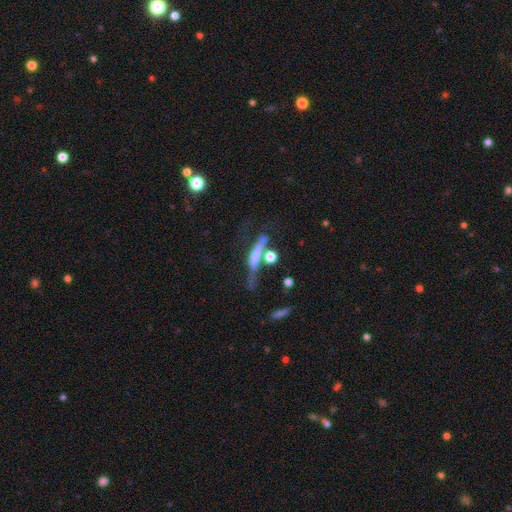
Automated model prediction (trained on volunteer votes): Smooth or featured: featured or disk — 53% (smooth — 35%)
Edge-on disk: yes — 78% (no — 22%)
Merging: none — 40% (minor disturbance — 21%)